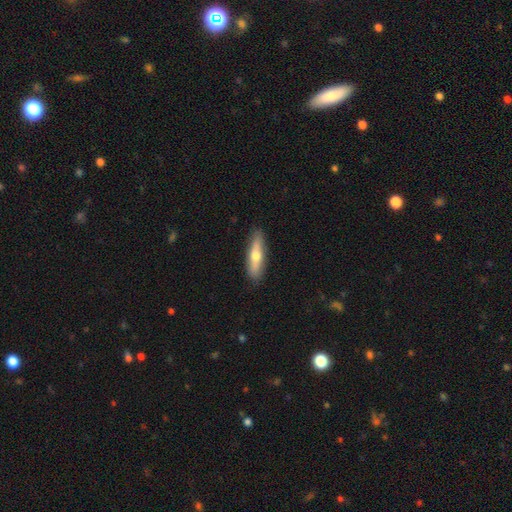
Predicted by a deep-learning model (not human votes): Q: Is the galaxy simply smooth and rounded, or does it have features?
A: smooth — 56%.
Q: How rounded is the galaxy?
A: cigar-shaped — 70%.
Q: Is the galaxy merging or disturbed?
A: none — 86%.